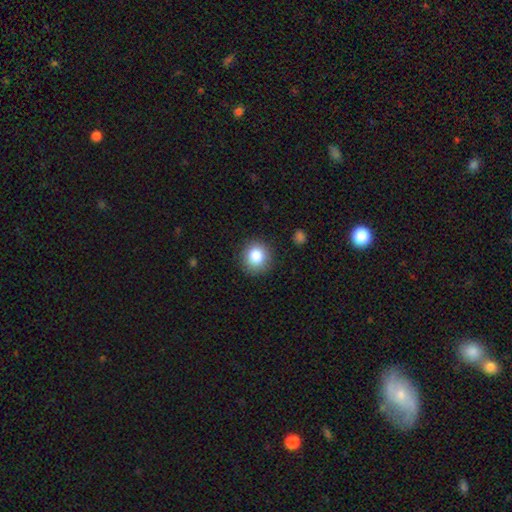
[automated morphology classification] A smooth galaxy with no disk features (85%) that is round (87%).

Vote fractions:
- Smooth or featured? smooth: 85% / star or artifact: 9% / featured or disk: 6%
- How rounded? round: 87% / in between: 12% / cigar-shaped: 1%
- Merging? none: 87% / minor disturbance: 9% / major disturbance: 3% / merger: 1%